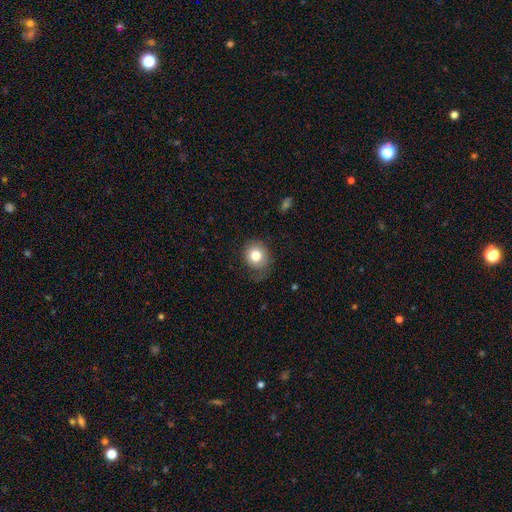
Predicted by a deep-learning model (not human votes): Smooth or featured? smooth (79%)
How rounded? round (73%)
Merging? none (68%)